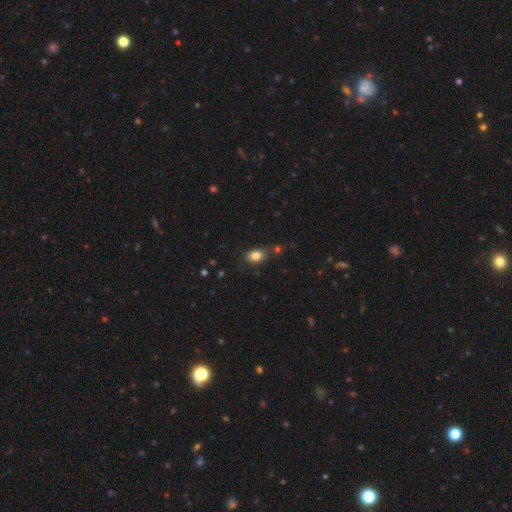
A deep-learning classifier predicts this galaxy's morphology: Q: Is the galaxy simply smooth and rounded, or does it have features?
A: smooth — 82%.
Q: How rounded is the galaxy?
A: in between — 74%.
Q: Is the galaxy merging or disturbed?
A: none — 75%.